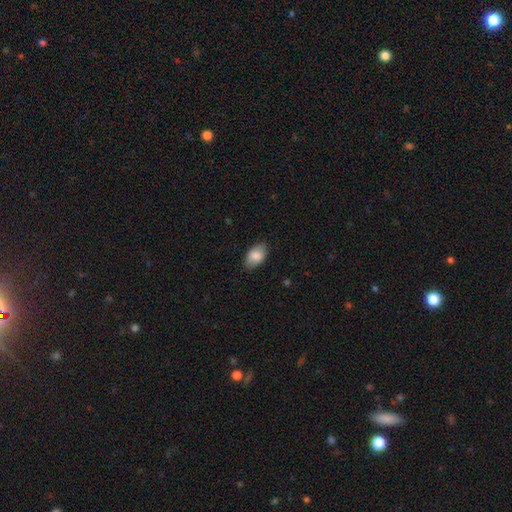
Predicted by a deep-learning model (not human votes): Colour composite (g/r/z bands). It shows a smooth galaxy with no disk features (84%) that is in between round and cigar-shaped (93%). Merging: none (83%).